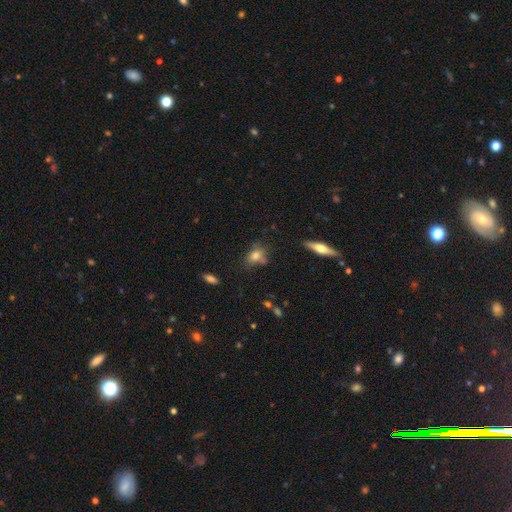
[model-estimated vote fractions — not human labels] Q: Smooth or featured?
A: smooth (74%); runner-up: featured or disk (14%)
Q: How rounded?
A: in between (66%); runner-up: round (30%)
Q: Merging?
A: none (58%); runner-up: minor disturbance (25%)